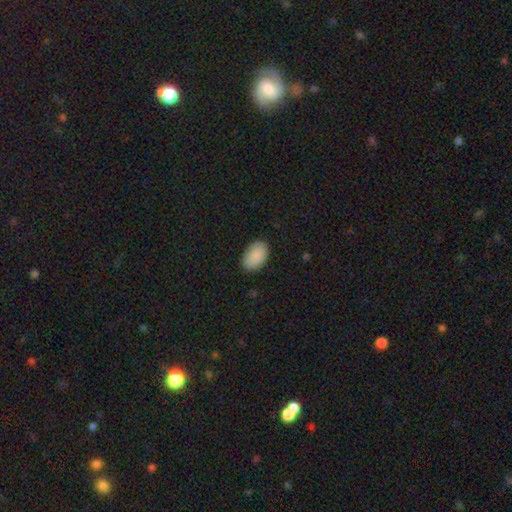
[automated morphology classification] Smooth or featured? Predicted: smooth (p=0.90). How rounded? Predicted: in between (p=0.92). Merging? Predicted: none (p=0.85).